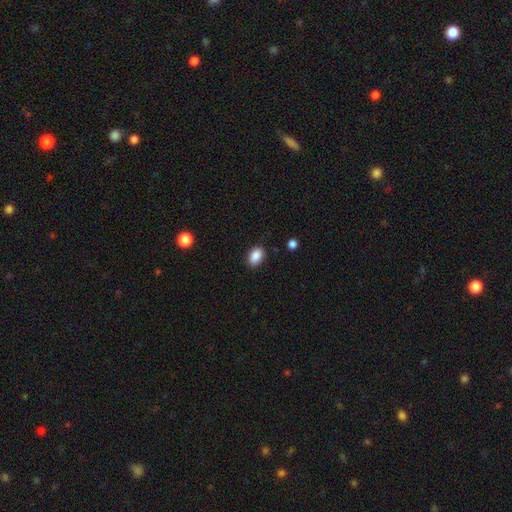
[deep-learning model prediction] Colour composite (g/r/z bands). It shows a smooth galaxy with no disk features (88%) that is in between round and cigar-shaped (85%). Merging: none (86%).